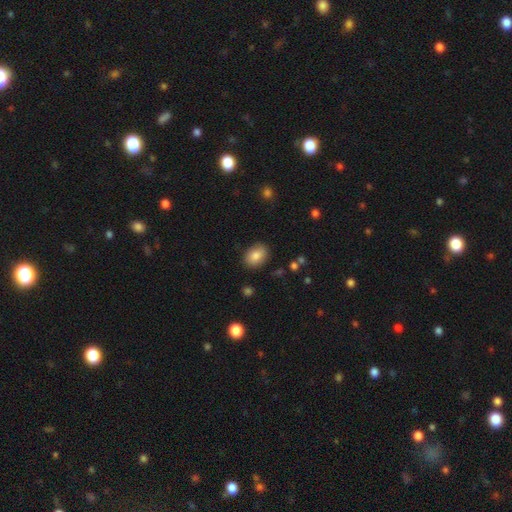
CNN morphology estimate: Smooth or featured?
  - smooth: 83% *
  - featured or disk: 9%
  - star or artifact: 8%
How rounded?
  - in between: 76% *
  - round: 23%
  - cigar-shaped: 1%
Merging?
  - none: 85% *
  - minor disturbance: 11%
  - major disturbance: 3%
  - merger: 1%